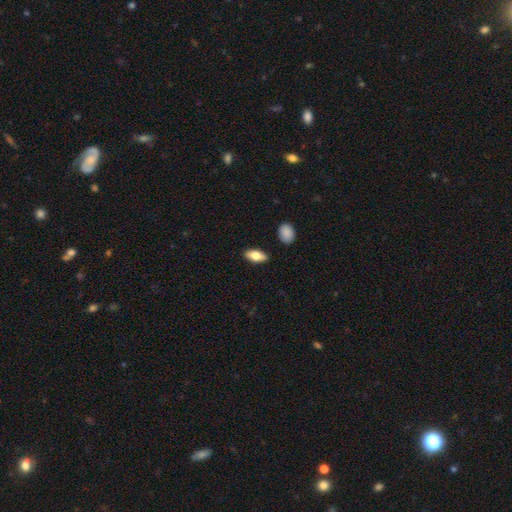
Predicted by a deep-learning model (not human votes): Smooth or featured: smooth — 75% (featured or disk — 19%)
How rounded: in between — 85% (cigar-shaped — 12%)
Merging: none — 88% (minor disturbance — 8%)